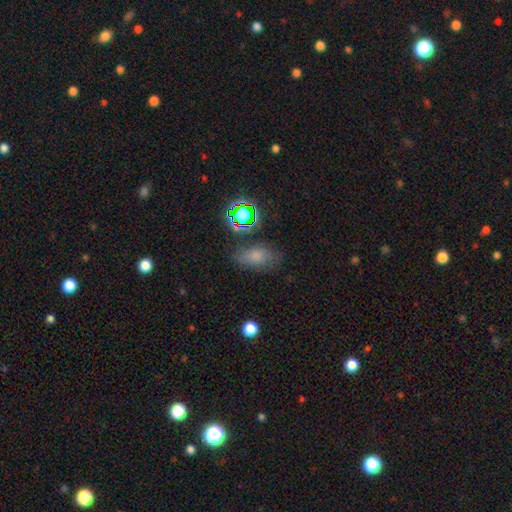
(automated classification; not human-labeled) Smooth or featured: smooth — 68% (star or artifact — 19%)
How rounded: in between — 86% (round — 11%)
Merging: none — 67% (minor disturbance — 21%)